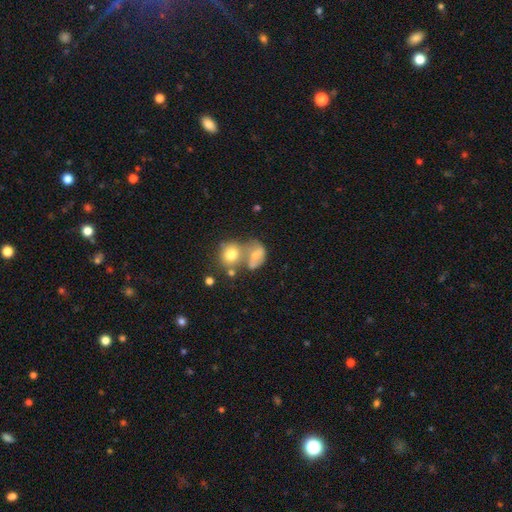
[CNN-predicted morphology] This is likely a smooth galaxy (62%). How rounded: possibly in between (58%). Merging: possibly merger (53%).